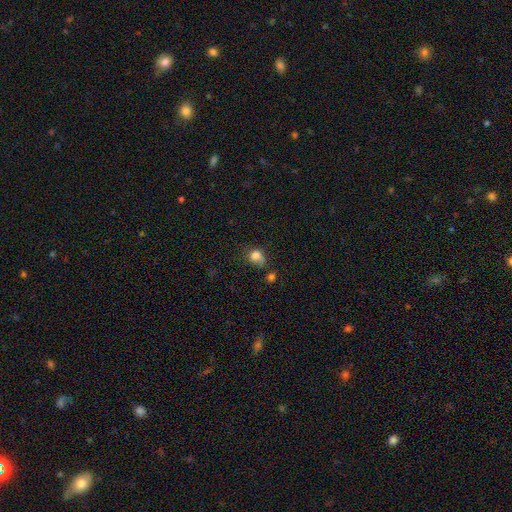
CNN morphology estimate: smooth-or-featured: smooth: 80% | star or artifact: 11% | featured or disk: 9%
  how-rounded: round: 62% | in between: 37% | cigar-shaped: 1%
  merging: none: 43% | minor disturbance: 32% | major disturbance: 17% | merger: 9%